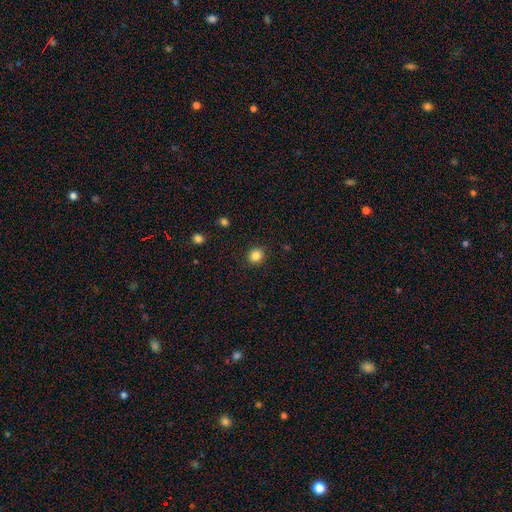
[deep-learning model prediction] Smooth or featured? smooth (85%)
How rounded? round (84%)
Merging? none (90%)